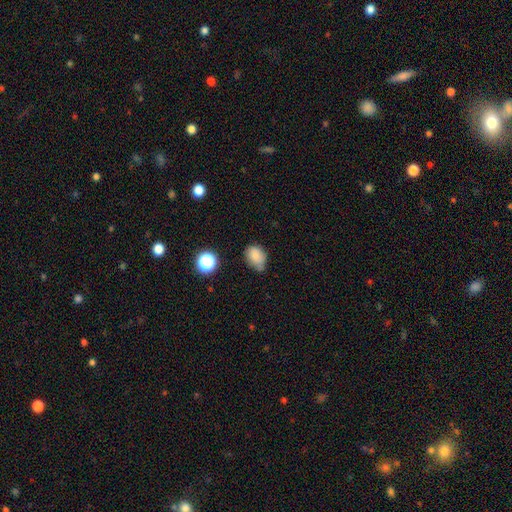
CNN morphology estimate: This is clearly a smooth galaxy (80%). How rounded: likely in between (67%). Merging: marginally none (44%).